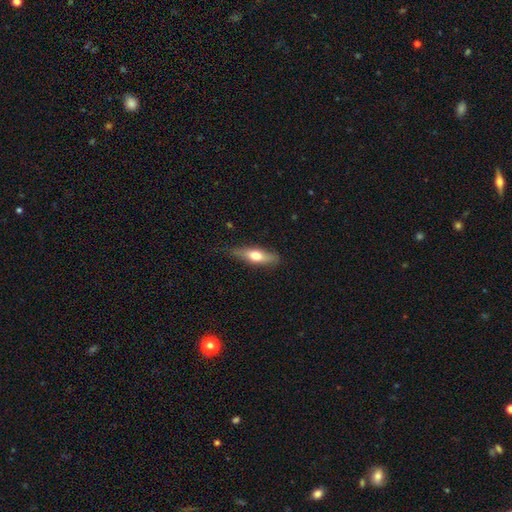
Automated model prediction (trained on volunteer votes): Smooth or featured: smooth — 60% (featured or disk — 34%)
How rounded: cigar-shaped — 49% (in between — 48%)
Merging: none — 73% (minor disturbance — 22%)